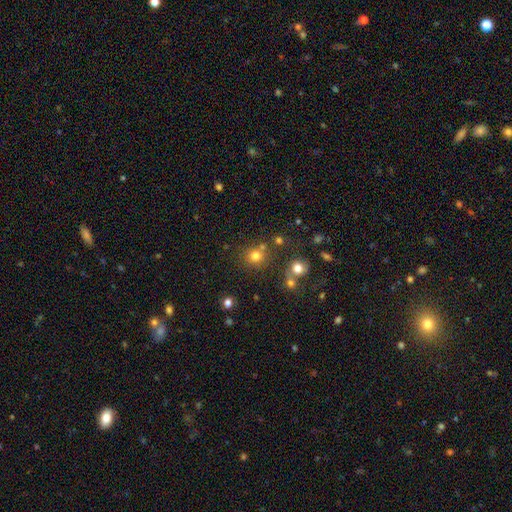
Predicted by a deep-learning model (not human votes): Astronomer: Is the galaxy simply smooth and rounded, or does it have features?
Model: smooth — 76%.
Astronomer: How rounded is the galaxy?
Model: round — 87%.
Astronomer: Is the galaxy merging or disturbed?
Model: none — 72%.